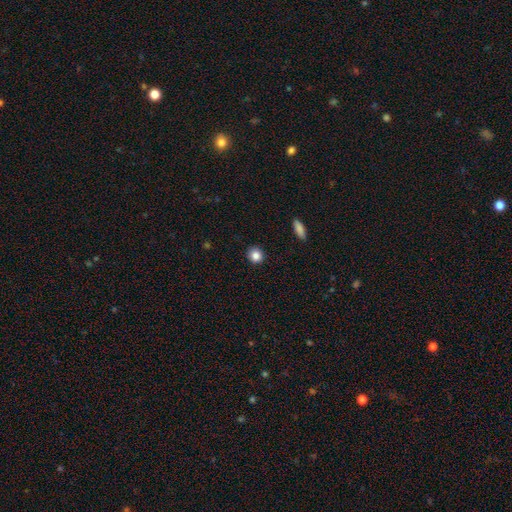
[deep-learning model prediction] This appears to be a smooth galaxy with no disk features (85%) that is round (88%). Merging: none (91%).